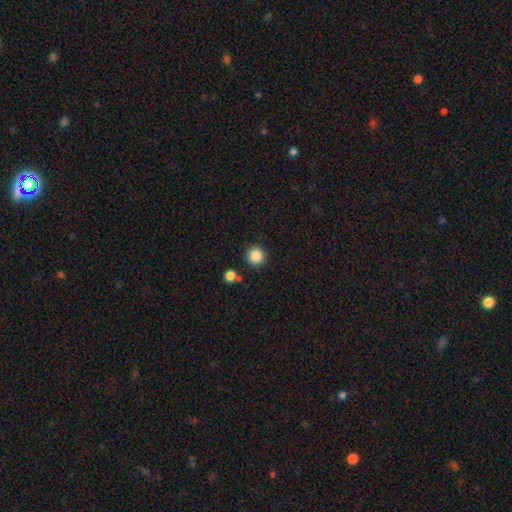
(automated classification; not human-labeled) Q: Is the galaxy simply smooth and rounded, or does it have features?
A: smooth — 87%.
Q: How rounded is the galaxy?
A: round — 94%.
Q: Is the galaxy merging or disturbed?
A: none — 87%.